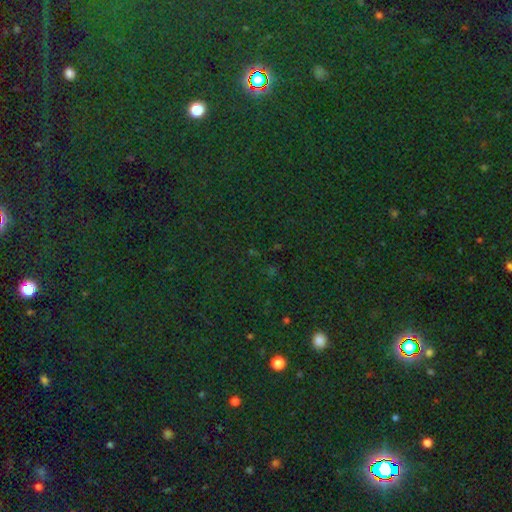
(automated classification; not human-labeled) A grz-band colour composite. It shows a star or artifact, not a galaxy (82%).